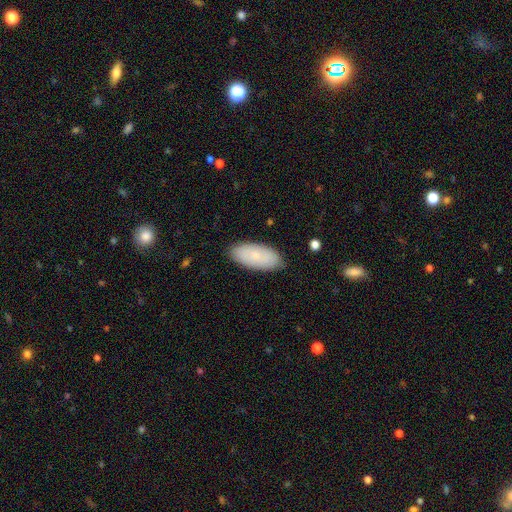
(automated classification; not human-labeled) This appears to be a smooth galaxy with no disk features (79%) that is in between round and cigar-shaped (92%). Merging: none (86%).